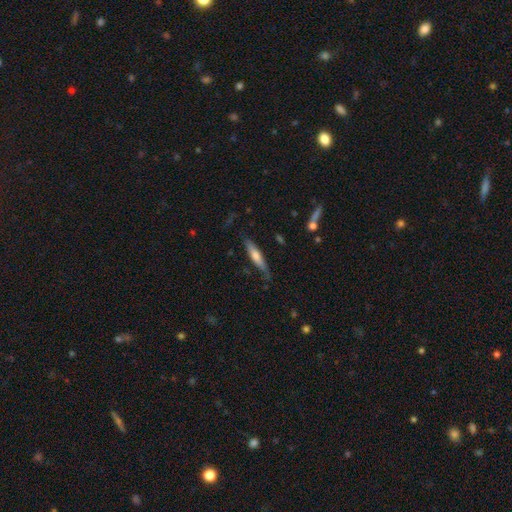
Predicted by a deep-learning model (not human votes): A smooth galaxy with no disk features (53%) that is cigar-shaped (84%). Merging: none (72%).